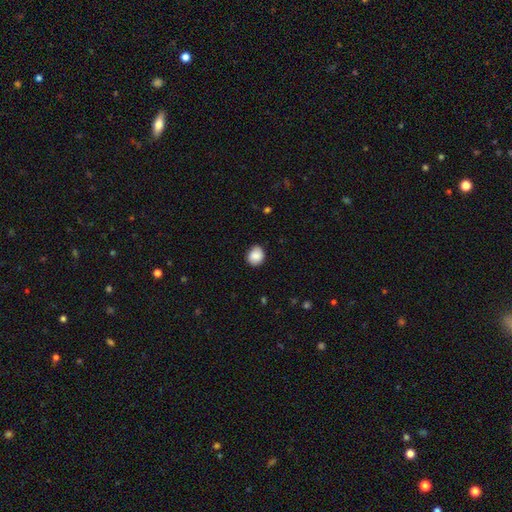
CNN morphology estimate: A smooth galaxy with no disk features (86%) that is round (68%). Merging: none (81%).